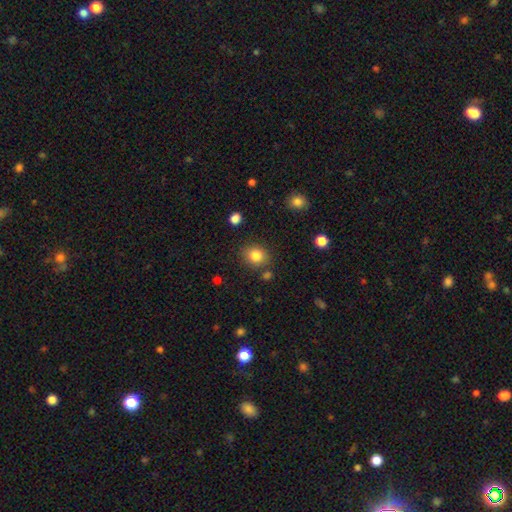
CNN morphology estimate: Q: Smooth or featured?
A: smooth (83%); runner-up: star or artifact (11%)
Q: How rounded?
A: round (75%); runner-up: in between (24%)
Q: Merging?
A: none (81%); runner-up: minor disturbance (11%)